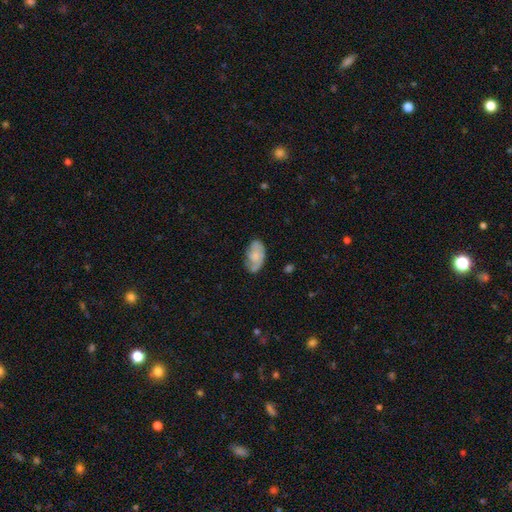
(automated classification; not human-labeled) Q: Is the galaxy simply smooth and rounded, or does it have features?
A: smooth — 51%.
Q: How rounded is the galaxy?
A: in between — 92%.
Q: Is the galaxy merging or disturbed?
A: none — 64%.